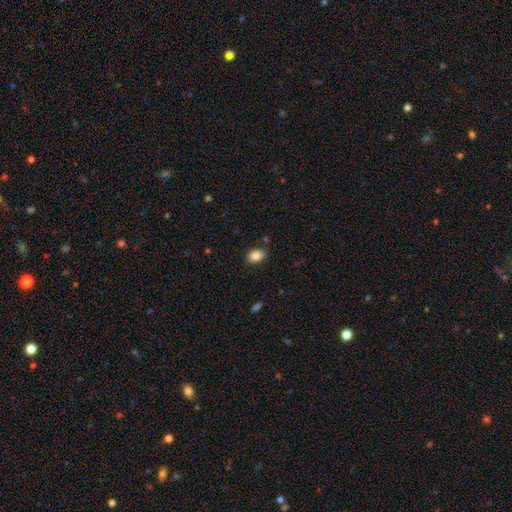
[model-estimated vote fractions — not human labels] Smooth or featured? Predicted: smooth (p=0.85). How rounded? Predicted: in between (p=0.84). Merging? Predicted: none (p=0.82).